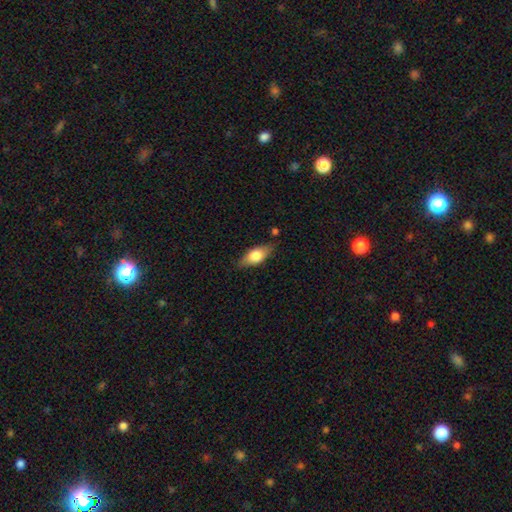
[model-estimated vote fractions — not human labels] Smooth or featured: smooth — 67% (featured or disk — 26%)
How rounded: in between — 80% (cigar-shaped — 16%)
Merging: none — 78% (minor disturbance — 16%)